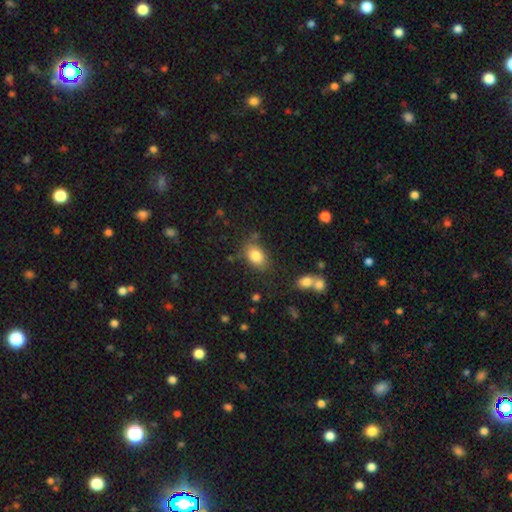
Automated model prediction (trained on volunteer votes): This is clearly a smooth galaxy (83%). How rounded: clearly in between (84%). Merging: likely none (74%).